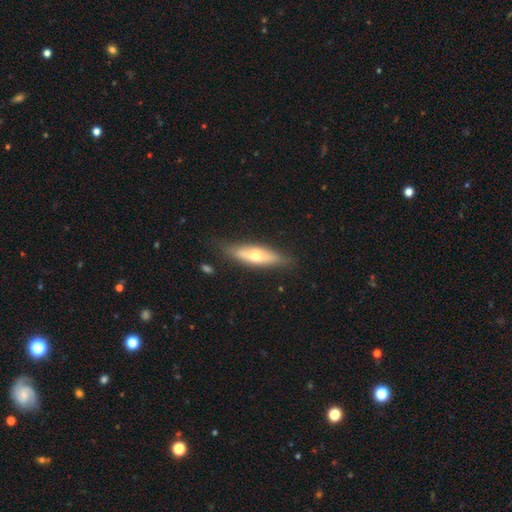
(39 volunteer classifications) Morphology: type=smooth (59%); roundness=in between (57%); merging=none (73%).